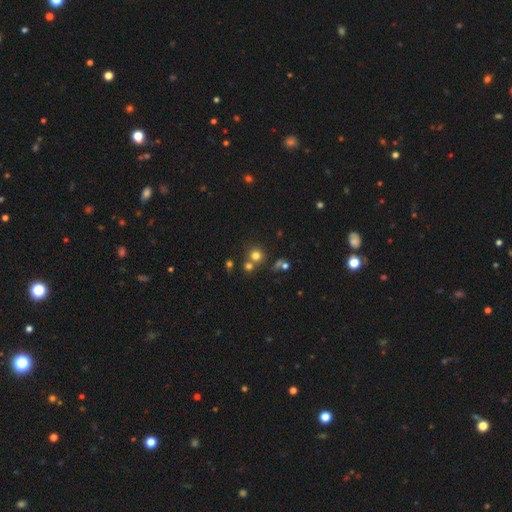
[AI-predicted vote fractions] smooth 73%, star or artifact 19%, featured or disk 9%. Down the decision tree: how rounded — round (88%); merging — none (63%).